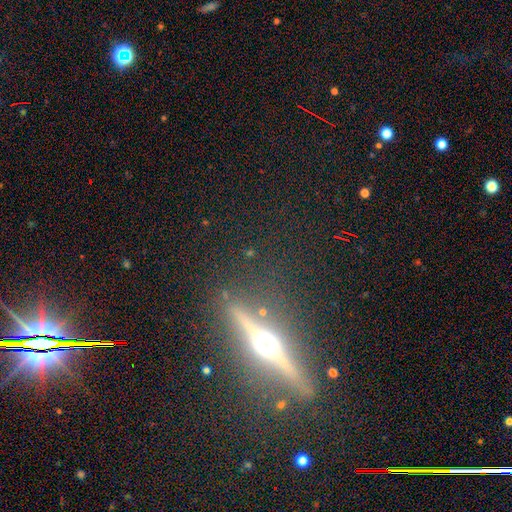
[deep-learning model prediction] A featured or disk galaxy (76%) viewed edge-on (96%) with a rounded central bulge (95%).

Vote fractions:
- Smooth or featured? featured or disk: 76% / star or artifact: 15% / smooth: 10%
- Edge-on disk? yes: 96% / no: 4%
- Edge-on bulge? rounded: 95% / boxy: 3% / none: 2%
- Merging? none: 88% / minor disturbance: 8% / major disturbance: 3% / merger: 2%